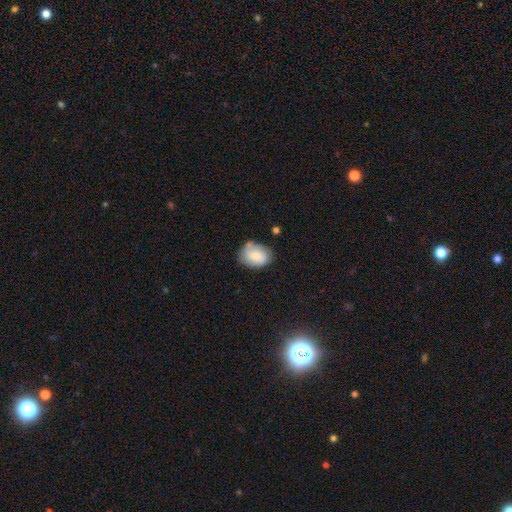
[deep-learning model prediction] The model was most divided on "how rounded": in between: 67%, round: 32%, cigar-shaped: 1%. More confident: smooth or featured — smooth (70%); merging — none (65%).